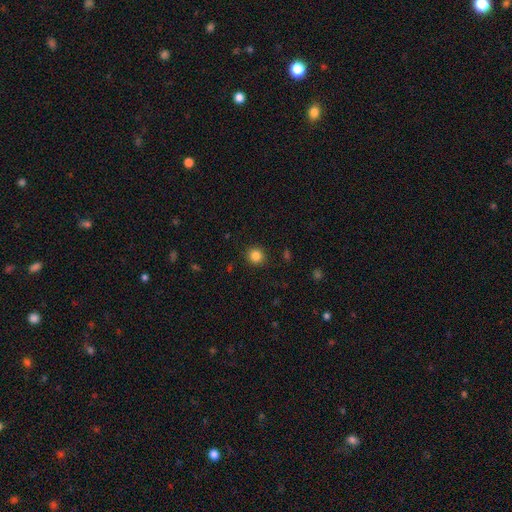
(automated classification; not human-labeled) Smooth or featured: smooth — 84% (star or artifact — 11%)
How rounded: round — 91% (in between — 8%)
Merging: none — 90% (minor disturbance — 6%)